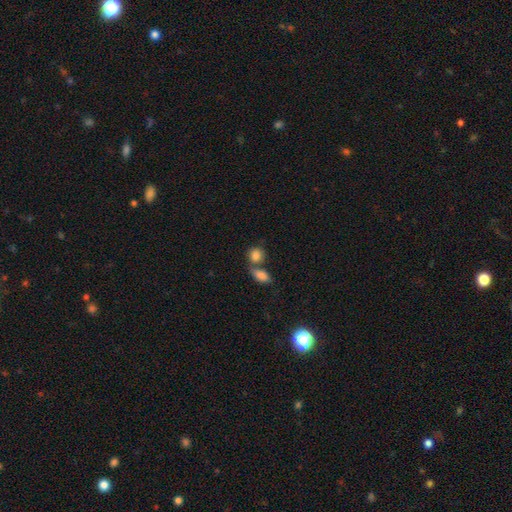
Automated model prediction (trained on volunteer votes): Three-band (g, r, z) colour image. It shows a smooth galaxy with no disk features (84%) that is round (61%). Merging: none (45%).